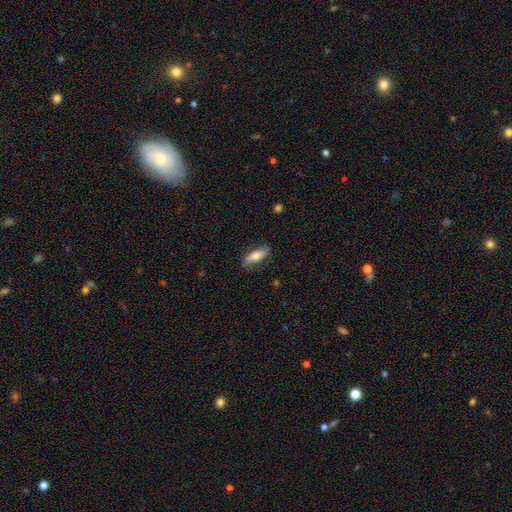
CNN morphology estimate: Smooth or featured? smooth (58%)
How rounded? in between (63%)
Merging? none (74%)